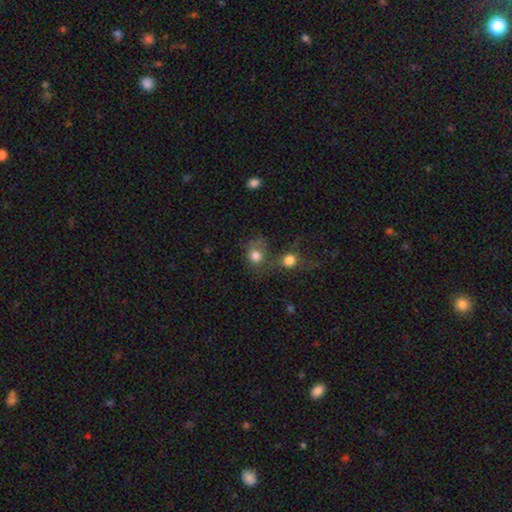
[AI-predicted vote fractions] smooth_or_featured: smooth (p=0.76) [alt: featured or disk p=0.12]
how_rounded: round (p=0.74) [alt: in between p=0.25]
merging: merger (p=0.44) [alt: none p=0.31]